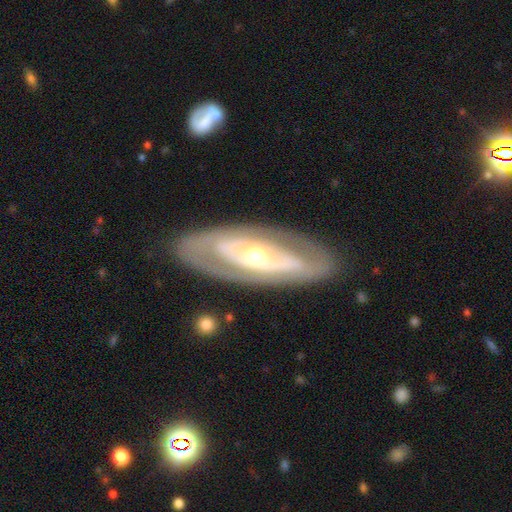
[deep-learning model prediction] Smooth or featured? featured or disk (79%)
Edge-on disk? no (86%)
Bar? no (68%)
Spiral arms? yes (51%)
Bulge size? moderate (47%, tied with small)
Merging? none (83%)